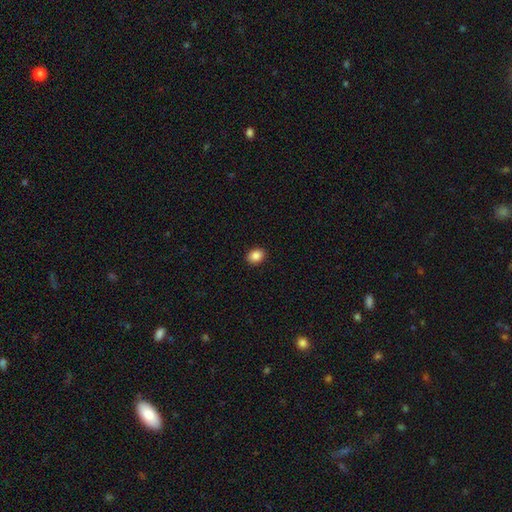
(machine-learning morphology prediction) A smooth galaxy with no disk features (87%) that is in between round and cigar-shaped (57%).

Vote fractions:
- Smooth or featured? smooth: 87% / star or artifact: 9% / featured or disk: 4%
- How rounded? in between: 57% / round: 42% / cigar-shaped: 1%
- Merging? none: 91% / minor disturbance: 6% / major disturbance: 2% / merger: 1%